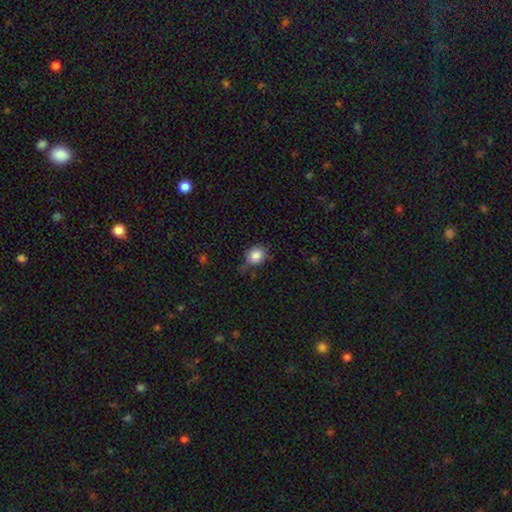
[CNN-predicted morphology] Smooth or featured?
  - smooth: 85% *
  - star or artifact: 9%
  - featured or disk: 5%
How rounded?
  - round: 69% *
  - in between: 30%
  - cigar-shaped: 1%
Merging?
  - none: 62% *
  - minor disturbance: 27%
  - major disturbance: 7%
  - merger: 4%